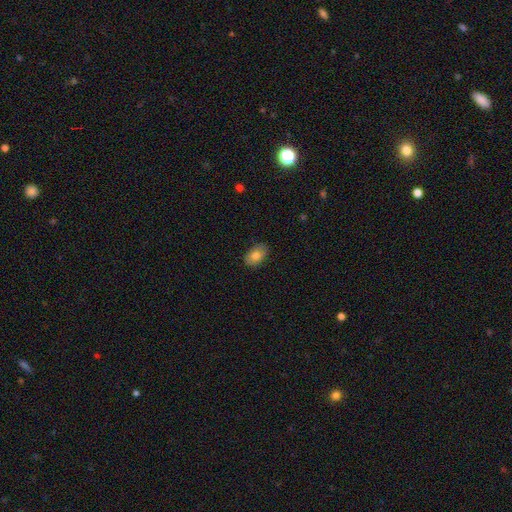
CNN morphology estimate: This is likely a smooth galaxy (78%). How rounded: clearly in between (88%). Merging: clearly none (86%).